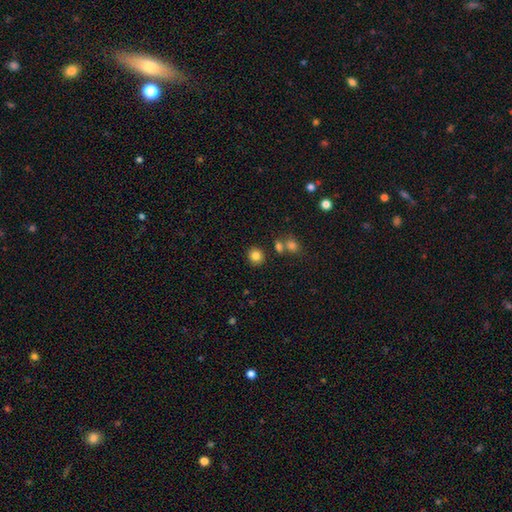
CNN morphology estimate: Smooth or featured: smooth — 84% (star or artifact — 11%)
How rounded: round — 85% (in between — 14%)
Merging: none — 83% (minor disturbance — 8%)